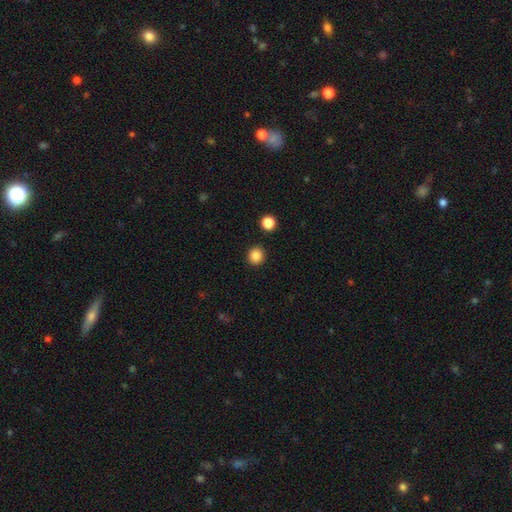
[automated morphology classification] This appears to be a smooth galaxy with no disk features (85%) that is round (92%). Merging: none (92%).